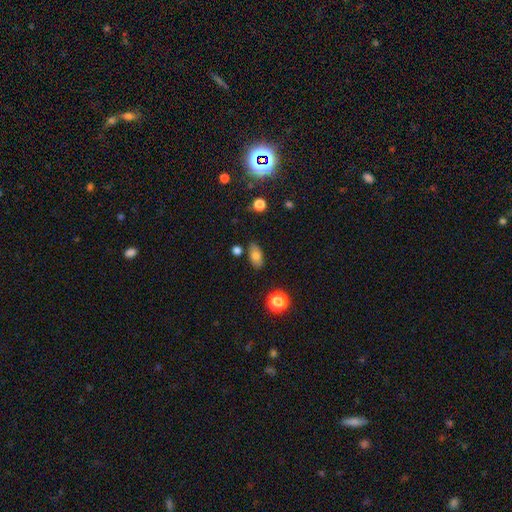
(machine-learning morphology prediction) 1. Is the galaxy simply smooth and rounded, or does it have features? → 76% smooth, 14% featured or disk, 10% star or artifact.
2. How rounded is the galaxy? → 87% in between, 8% round, 5% cigar-shaped.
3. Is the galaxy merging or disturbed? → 78% none, 15% minor disturbance, 4% merger, 3% major disturbance.